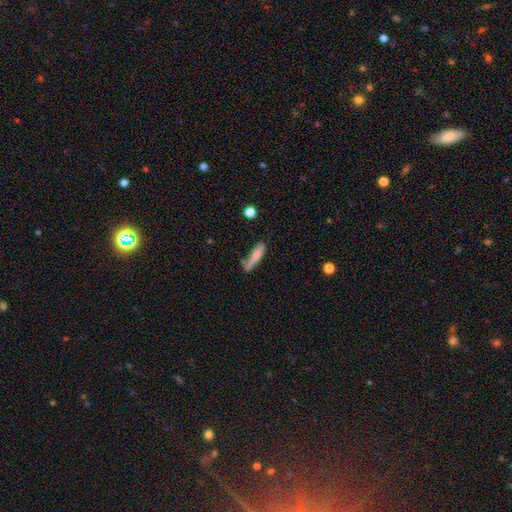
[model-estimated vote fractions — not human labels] Smooth or featured? smooth (76%)
How rounded? cigar-shaped (76%)
Merging? none (49%)